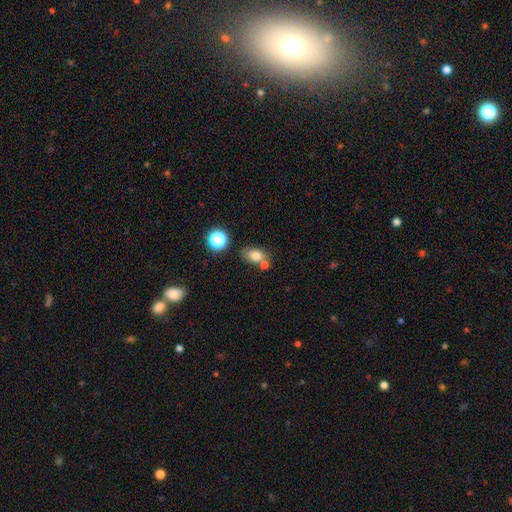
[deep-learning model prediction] A smooth galaxy with no disk features (78%) that is in between round and cigar-shaped (73%).

Vote fractions:
- Smooth or featured? smooth: 78% / star or artifact: 12% / featured or disk: 9%
- How rounded? in between: 73% / round: 26% / cigar-shaped: 2%
- Merging? none: 56% / merger: 25% / minor disturbance: 14% / major disturbance: 5%